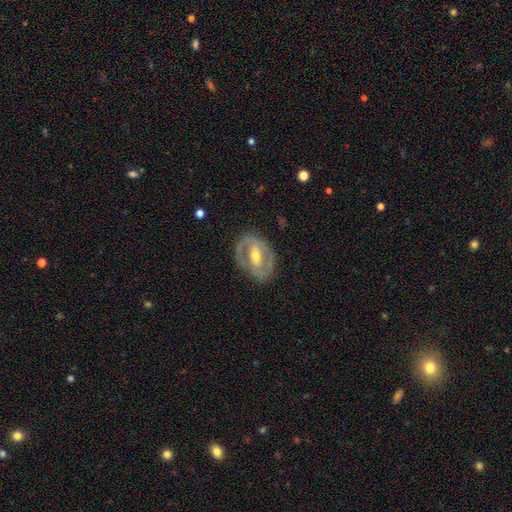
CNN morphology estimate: This appears to be a featured or disk galaxy (79%) with a strong bar (43%), spiral arms (66%) and a moderate central bulge (64%). Merging: none (79%).